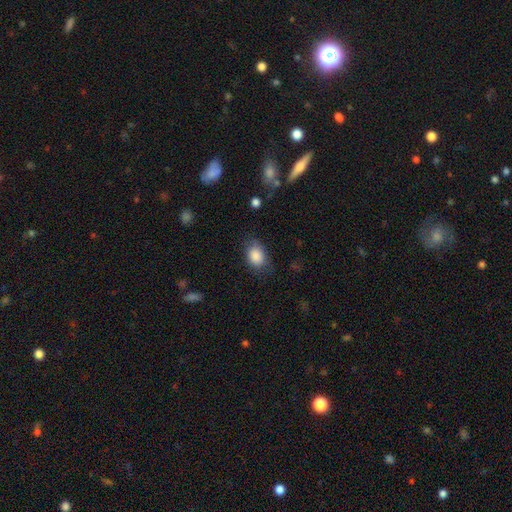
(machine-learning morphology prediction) smooth 86%, star or artifact 8%, featured or disk 6%. Down the decision tree: how rounded — in between (74%); merging — none (68%).